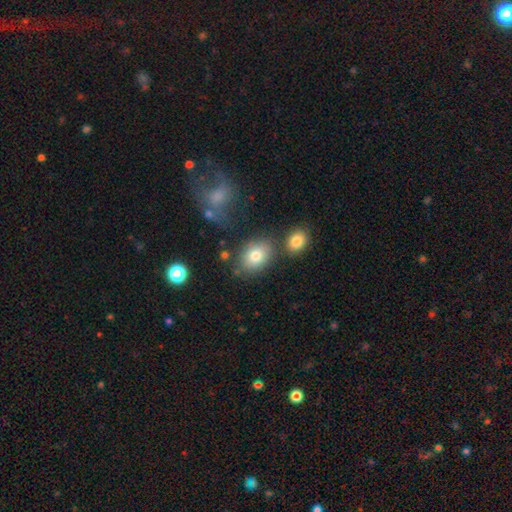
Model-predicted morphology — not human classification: The model was most divided on "how rounded": in between: 73%, round: 26%, cigar-shaped: 1%. More confident: smooth or featured — smooth (79%); merging — none (72%).